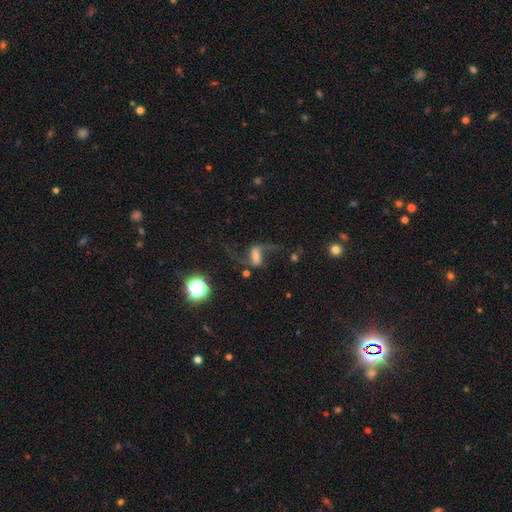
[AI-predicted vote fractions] Smooth or featured: featured or disk — 71% (smooth — 15%)
Edge-on disk: no — 94% (yes — 6%)
Bar: weak — 40% (strong — 39%)
Spiral arms: yes — 92% (no — 8%)
Spiral winding: loose — 89% (medium — 9%)
Spiral arm count: 2 — 89% (1 — 6%)
Bulge size: none — 30% (small — 25%)
Merging: none — 58% (major disturbance — 22%)